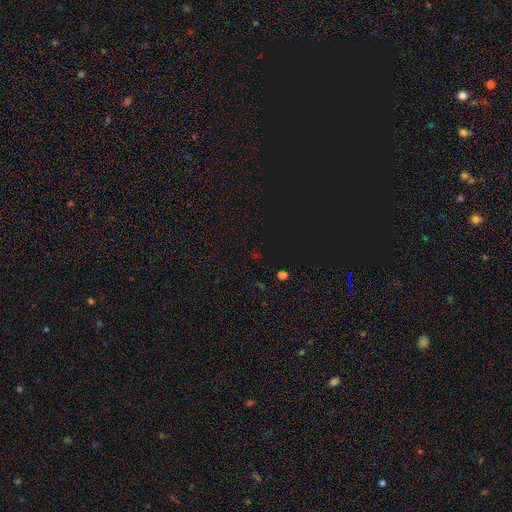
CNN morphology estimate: type=star or artifact (70%).